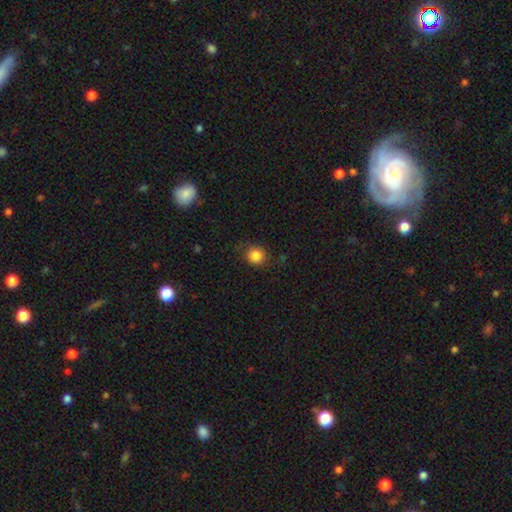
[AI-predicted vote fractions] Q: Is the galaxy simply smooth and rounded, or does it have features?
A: smooth — 85%.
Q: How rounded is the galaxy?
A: round — 86%.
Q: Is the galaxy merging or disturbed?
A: none — 77%.